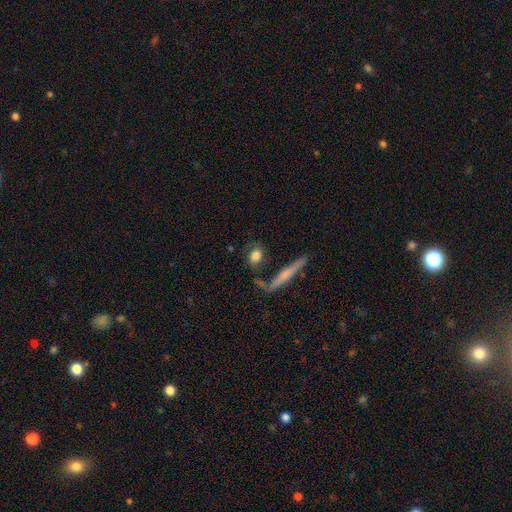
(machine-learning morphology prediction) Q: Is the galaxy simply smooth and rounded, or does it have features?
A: smooth — 57%.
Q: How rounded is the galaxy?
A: in between — 51%.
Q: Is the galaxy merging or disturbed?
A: none — 59%.